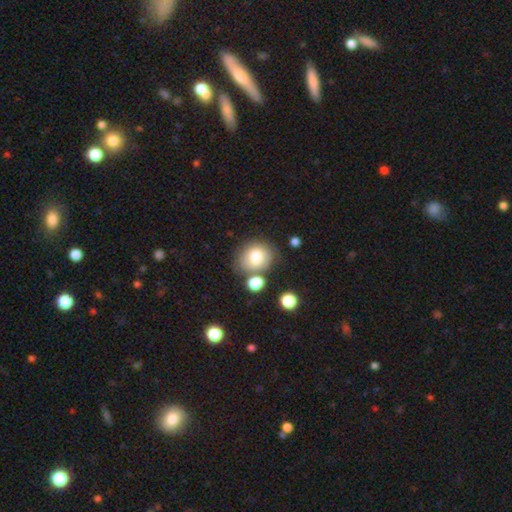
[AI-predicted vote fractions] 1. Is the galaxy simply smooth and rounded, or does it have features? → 77% smooth, 13% featured or disk, 10% star or artifact.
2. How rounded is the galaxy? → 61% round, 38% in between, 1% cigar-shaped.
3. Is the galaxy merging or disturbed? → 57% none, 18% merger, 18% minor disturbance, 7% major disturbance.